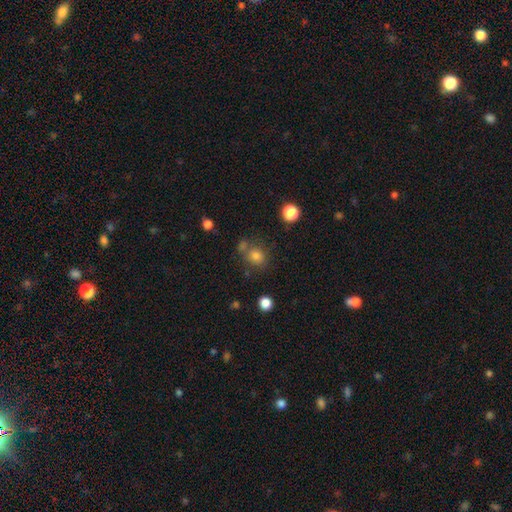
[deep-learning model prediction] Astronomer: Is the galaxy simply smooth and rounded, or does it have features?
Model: smooth — 79%.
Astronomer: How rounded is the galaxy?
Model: round — 72%.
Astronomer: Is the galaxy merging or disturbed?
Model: none — 64%.